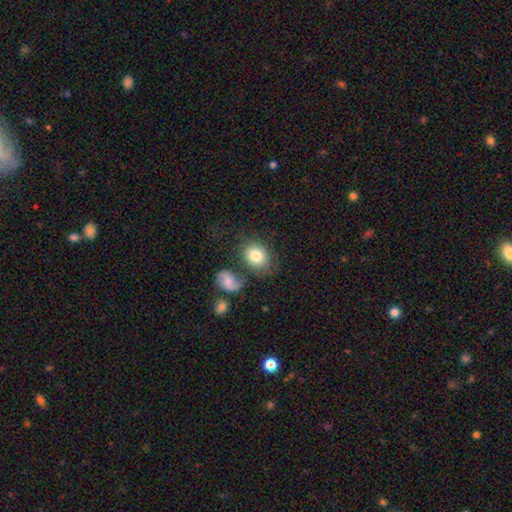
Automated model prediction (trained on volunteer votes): Smooth or featured? smooth (80%)
How rounded? round (54%)
Merging? none (64%)